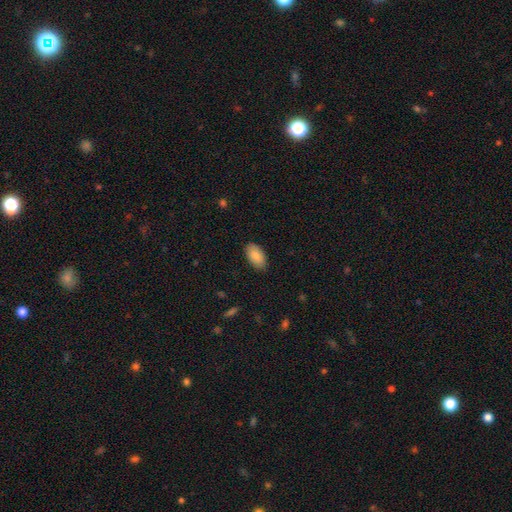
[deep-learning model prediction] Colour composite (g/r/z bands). It shows a smooth galaxy with no disk features (88%) that is in between round and cigar-shaped (95%). Merging: none (87%).